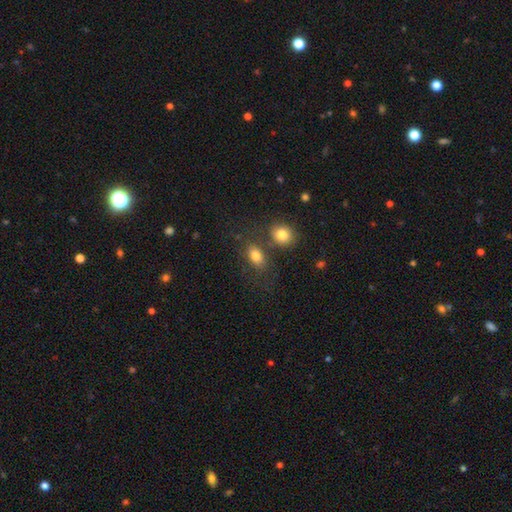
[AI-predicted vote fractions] smooth-or-featured: smooth: 80% | featured or disk: 10% | star or artifact: 10%
  how-rounded: in between: 82% | round: 16% | cigar-shaped: 2%
  merging: none: 63% | merger: 17% | minor disturbance: 13% | major disturbance: 6%